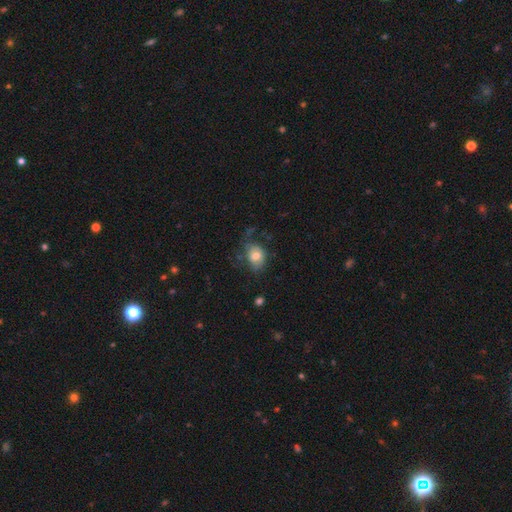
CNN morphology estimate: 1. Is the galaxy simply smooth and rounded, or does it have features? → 65% smooth, 26% featured or disk, 8% star or artifact.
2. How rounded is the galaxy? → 56% in between, 43% round, 1% cigar-shaped.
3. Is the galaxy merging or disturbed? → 47% none, 27% minor disturbance, 23% major disturbance, 2% merger.